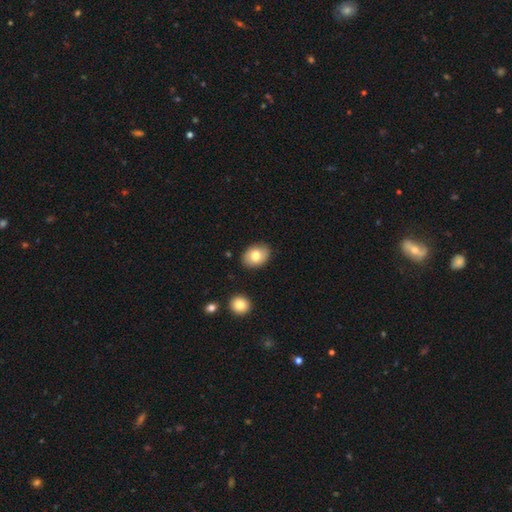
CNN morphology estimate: smooth 77%, featured or disk 15%, star or artifact 8%. Down the decision tree: how rounded — in between (70%); merging — none (85%).